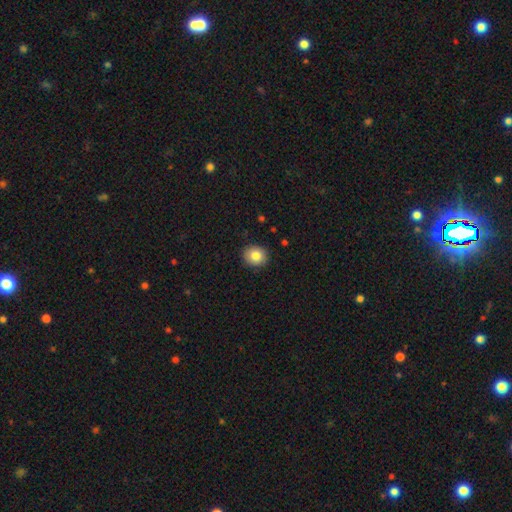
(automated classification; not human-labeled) smooth 84%, star or artifact 9%, featured or disk 8%. Down the decision tree: how rounded — round (79%); merging — none (90%).